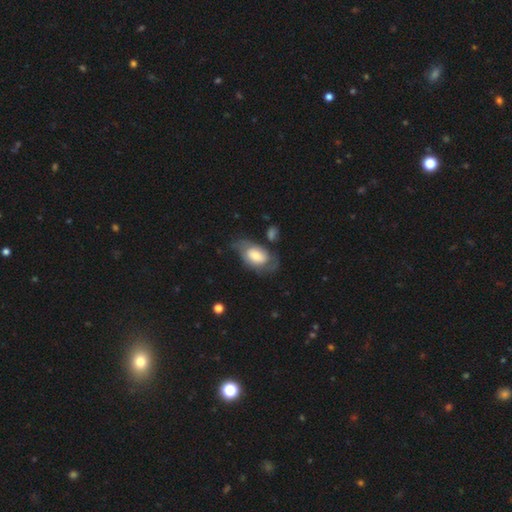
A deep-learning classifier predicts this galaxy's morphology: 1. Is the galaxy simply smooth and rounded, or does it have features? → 54% smooth, 40% featured or disk, 6% star or artifact.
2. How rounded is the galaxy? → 89% in between, 9% round, 2% cigar-shaped.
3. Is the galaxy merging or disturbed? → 48% none, 28% minor disturbance, 19% major disturbance, 5% merger.